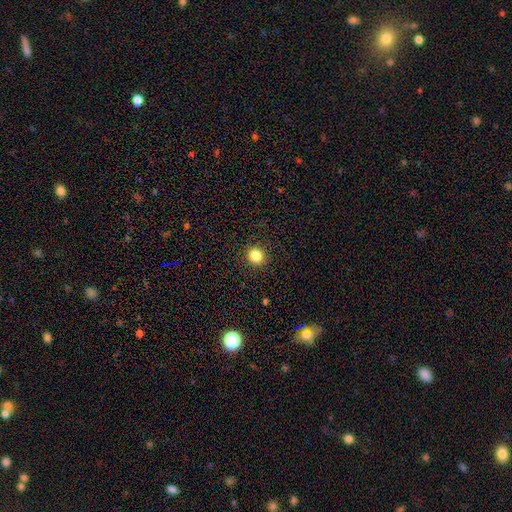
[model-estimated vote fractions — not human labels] Morphology: type=smooth (84%); roundness=round (82%); merging=none (91%).